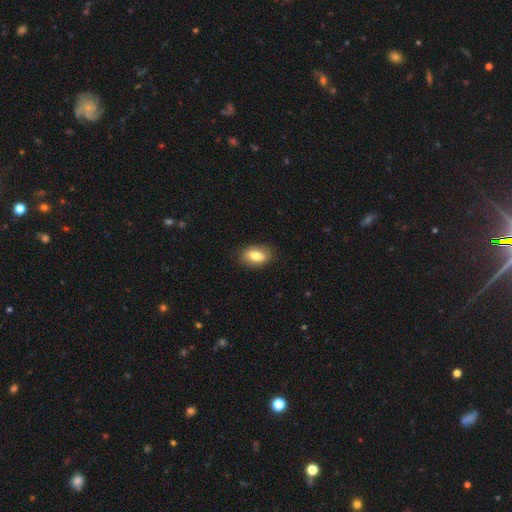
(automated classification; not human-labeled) Morphology: type=smooth (75%); roundness=in between (87%); merging=none (86%).